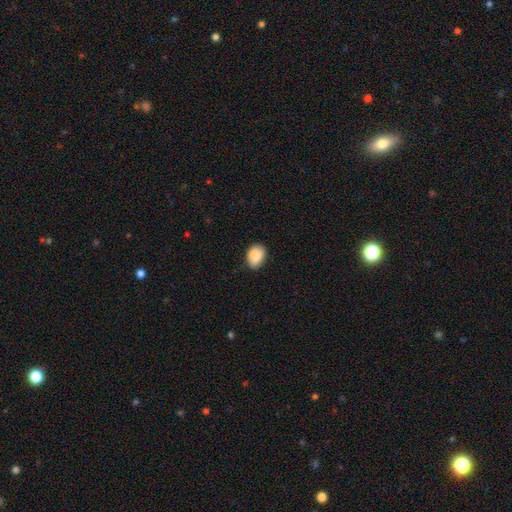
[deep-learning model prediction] Morphology: type=smooth (79%); roundness=in between (74%); merging=none (68%).